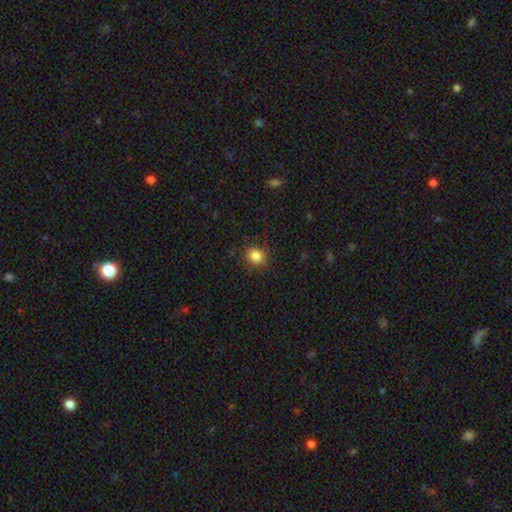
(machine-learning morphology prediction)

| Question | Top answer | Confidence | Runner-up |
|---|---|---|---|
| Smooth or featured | smooth | 85% | star or artifact (11%) |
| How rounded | round | 79% | in between (20%) |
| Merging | none | 88% | minor disturbance (9%) |